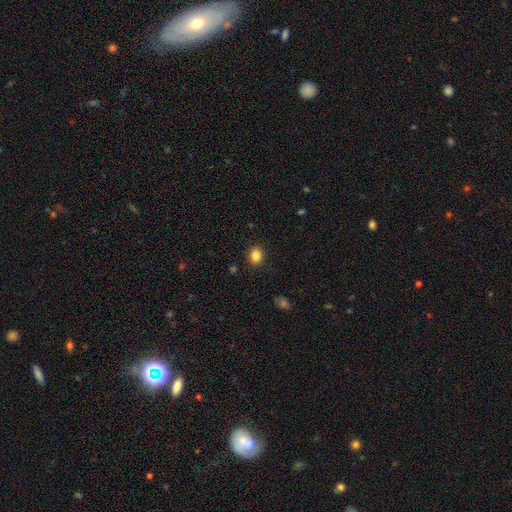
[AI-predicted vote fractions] Morphology: type=smooth (84%); roundness=round (74%); merging=none (89%).